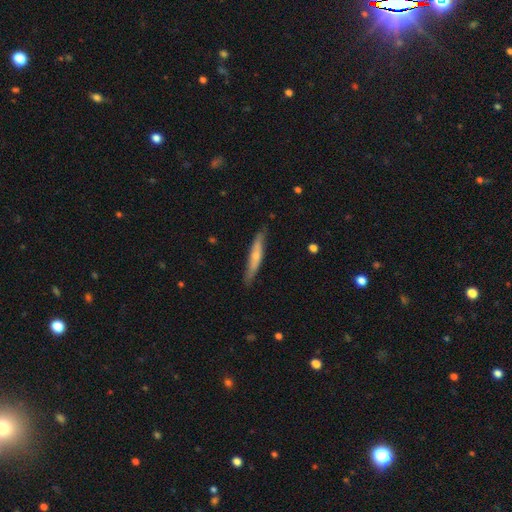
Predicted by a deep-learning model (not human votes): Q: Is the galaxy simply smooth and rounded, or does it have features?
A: smooth — 50%.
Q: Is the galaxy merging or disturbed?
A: none — 80%.